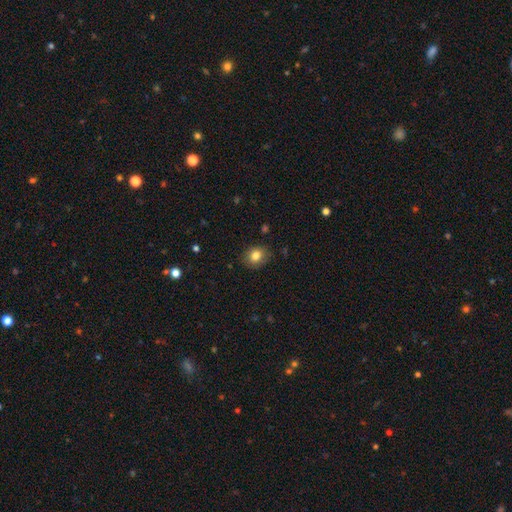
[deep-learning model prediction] smooth-or-featured: smooth: 82% | star or artifact: 10% | featured or disk: 8%
  how-rounded: round: 61% | in between: 38% | cigar-shaped: 1%
  merging: none: 84% | minor disturbance: 12% | major disturbance: 3% | merger: 1%